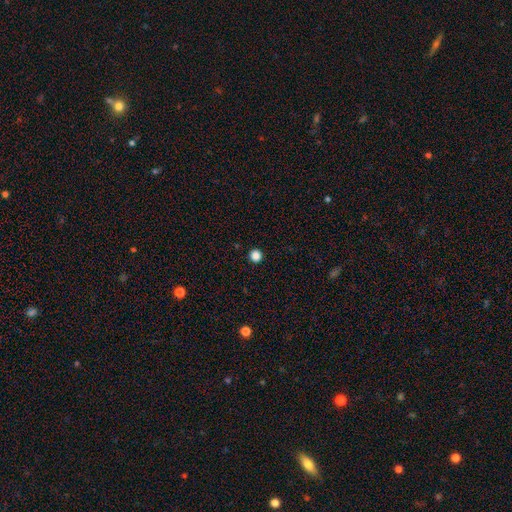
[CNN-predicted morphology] smooth_or_featured: smooth (p=0.86) [alt: star or artifact p=0.12]
how_rounded: round (p=0.96) [alt: in between p=0.03]
merging: none (p=0.94) [alt: minor disturbance p=0.04]